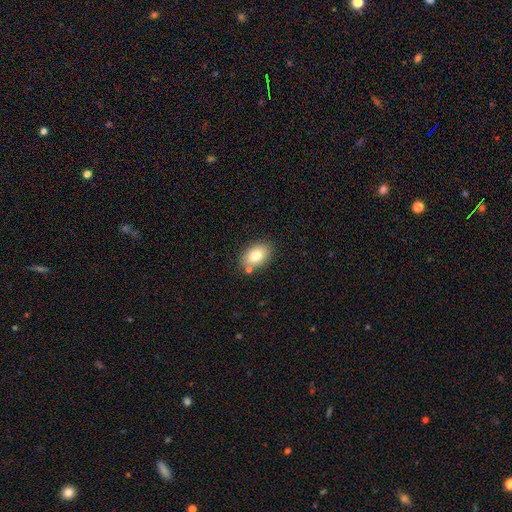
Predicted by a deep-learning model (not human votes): Smooth or featured? smooth (78%)
How rounded? in between (84%)
Merging? none (78%)